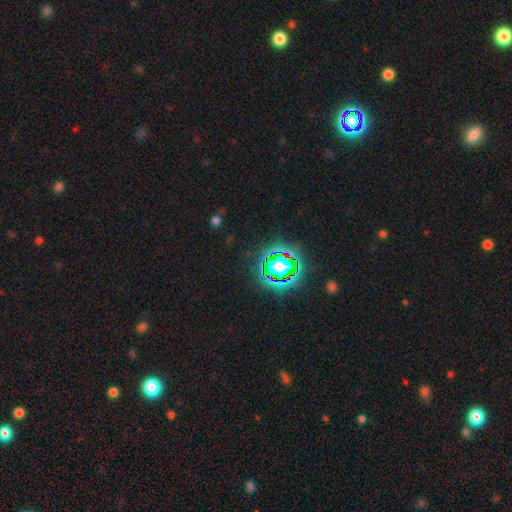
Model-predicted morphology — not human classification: Smooth or featured? Predicted: star or artifact (p=0.82).